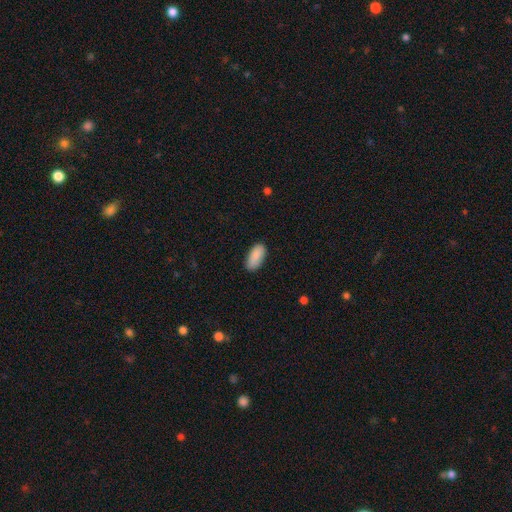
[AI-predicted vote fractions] Smooth or featured: smooth — 90% (star or artifact — 6%)
How rounded: in between — 91% (cigar-shaped — 8%)
Merging: none — 84% (minor disturbance — 12%)